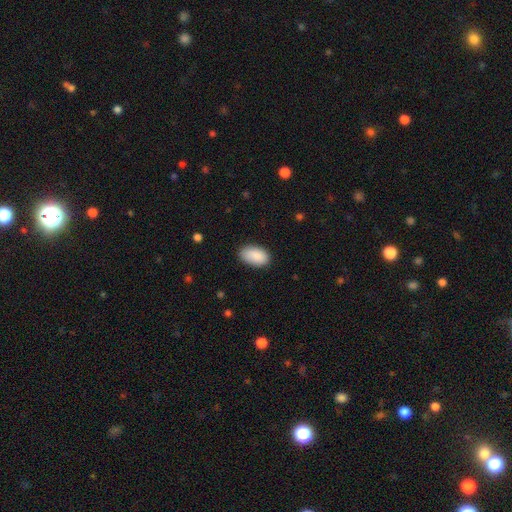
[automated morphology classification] smooth 89%, star or artifact 6%, featured or disk 5%. Down the decision tree: how rounded — in between (94%); merging — none (83%).